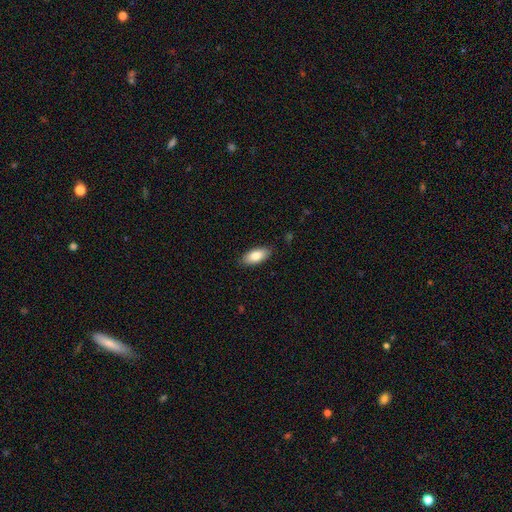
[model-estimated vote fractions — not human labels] Smooth or featured?
  - smooth: 84% *
  - featured or disk: 10%
  - star or artifact: 6%
How rounded?
  - in between: 89% *
  - cigar-shaped: 8%
  - round: 2%
Merging?
  - none: 87% *
  - minor disturbance: 10%
  - major disturbance: 2%
  - merger: 1%